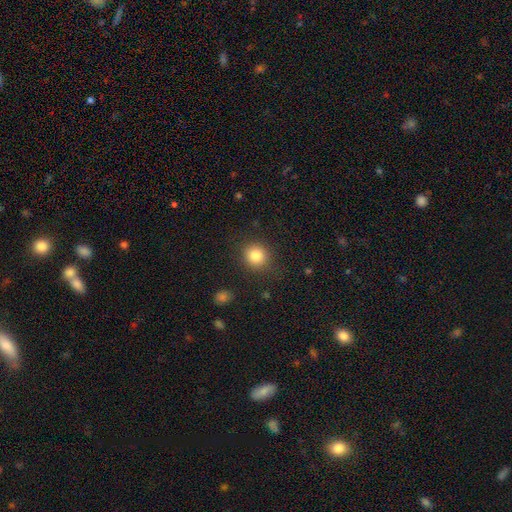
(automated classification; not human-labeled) This is clearly a smooth galaxy (84%). How rounded: clearly round (86%). Merging: clearly none (85%).